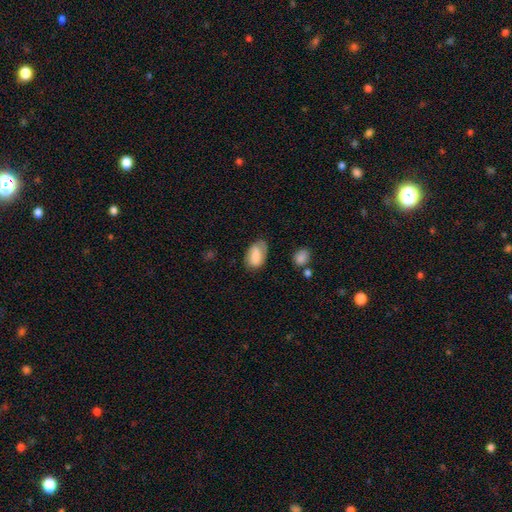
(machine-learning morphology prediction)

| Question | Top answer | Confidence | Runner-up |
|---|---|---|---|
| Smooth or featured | smooth | 78% | featured or disk (15%) |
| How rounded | in between | 91% | round (7%) |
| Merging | none | 63% | minor disturbance (26%) |